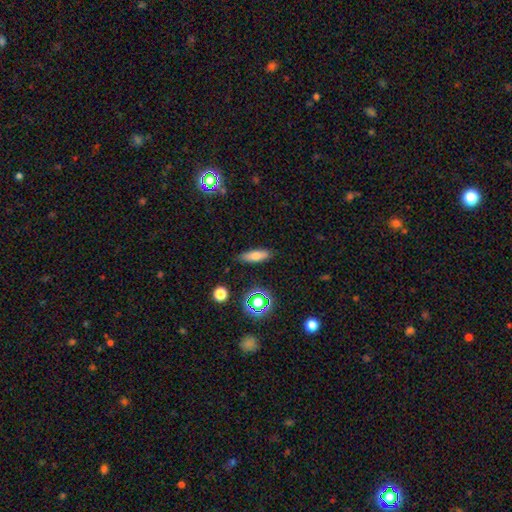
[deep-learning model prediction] smooth_or_featured: smooth (p=0.74) [alt: featured or disk p=0.15]
how_rounded: in between (p=0.52) [alt: cigar-shaped p=0.44]
merging: none (p=0.85) [alt: minor disturbance p=0.11]